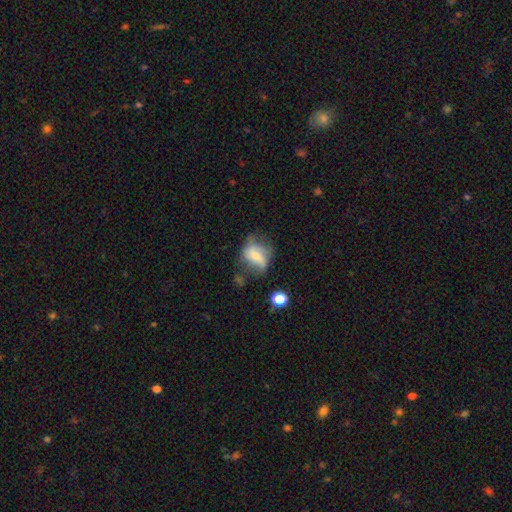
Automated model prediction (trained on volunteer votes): smooth-or-featured: smooth: 47% | featured or disk: 42% | star or artifact: 10%
  merging: none: 35% | minor disturbance: 29% | major disturbance: 29% | merger: 7%